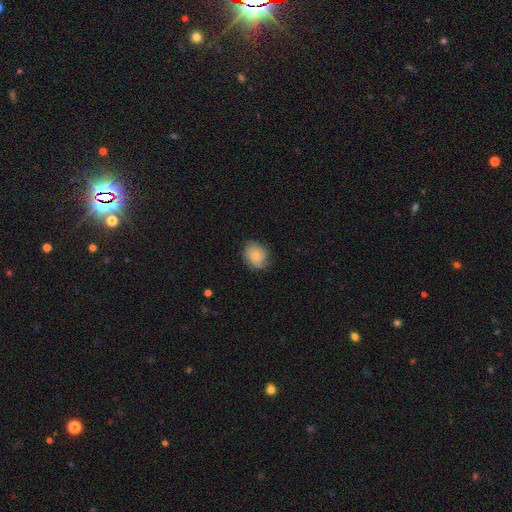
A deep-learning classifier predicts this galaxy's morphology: This is possibly a smooth galaxy (52%). How rounded: possibly round (56%). Merging: likely none (72%).